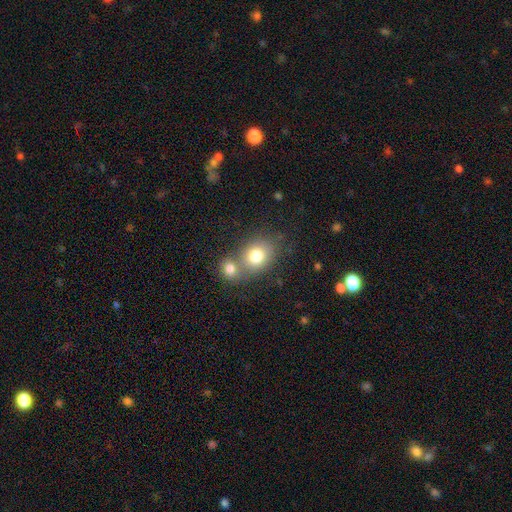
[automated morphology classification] Smooth or featured: smooth — 77% (featured or disk — 13%)
How rounded: round — 51% (in between — 48%)
Merging: merger — 50% (none — 38%)